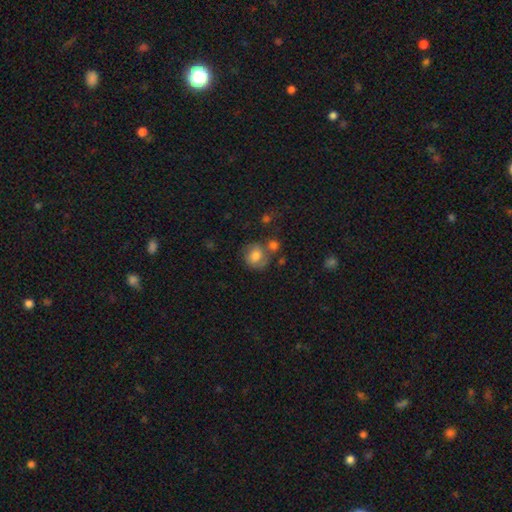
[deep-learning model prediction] smooth 67%, featured or disk 24%, star or artifact 10%. Down the decision tree: how rounded — round (76%); merging — none (53%).